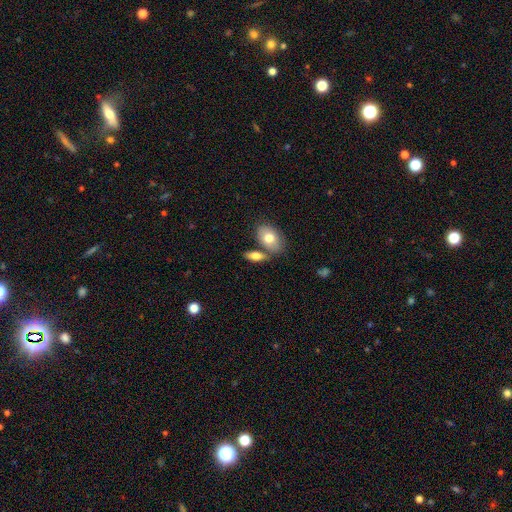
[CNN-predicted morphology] type=smooth (74%); roundness=in between (86%); merging=none (58%).